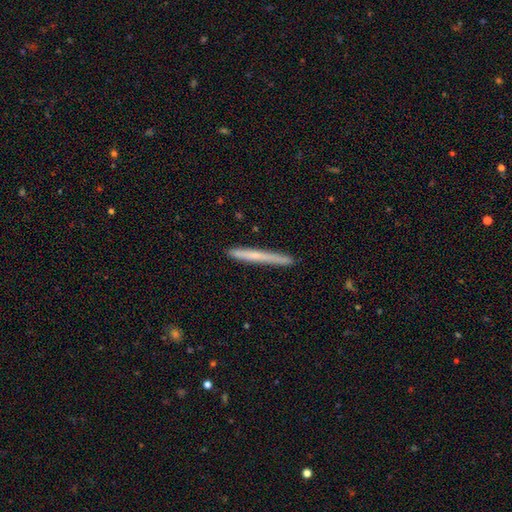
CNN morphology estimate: Smooth or featured? smooth (54%)
How rounded? cigar-shaped (97%)
Merging? none (89%)